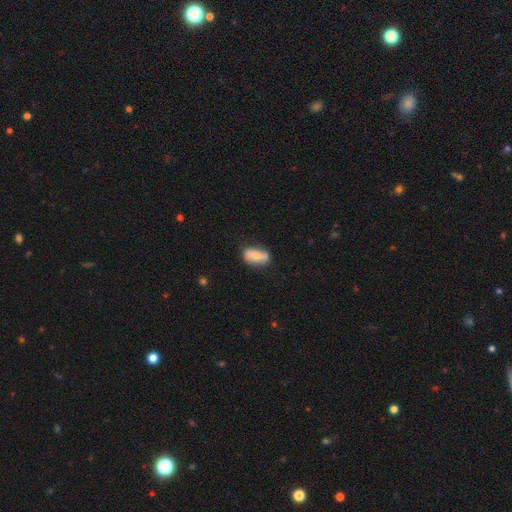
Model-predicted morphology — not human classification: Overall: smooth (57%; featured or disk 35%). How rounded: in between (85%). Merging: none (63%; minor disturbance 25%).